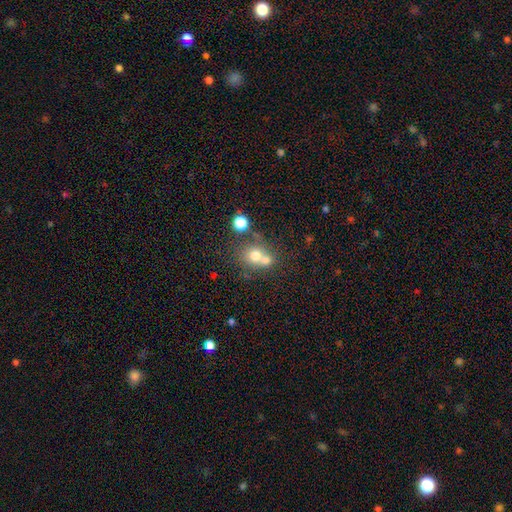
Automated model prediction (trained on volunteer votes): Smooth or featured?
  - smooth: 68% *
  - featured or disk: 17%
  - star or artifact: 14%
How rounded?
  - round: 78% *
  - in between: 21%
  - cigar-shaped: 1%
Merging?
  - merger: 51% *
  - none: 38%
  - minor disturbance: 7%
  - major disturbance: 4%